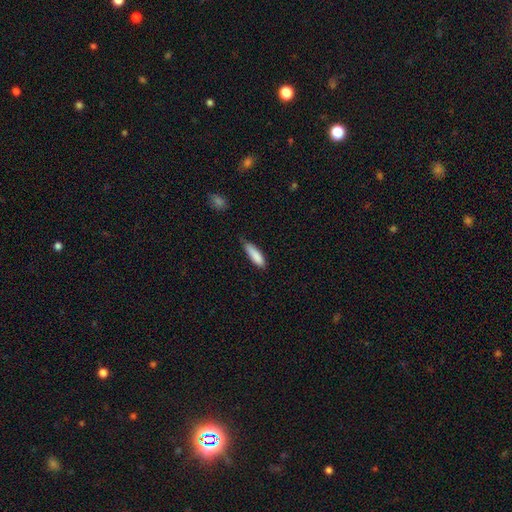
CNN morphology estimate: smooth 87%, featured or disk 7%, star or artifact 6%. Down the decision tree: how rounded — cigar-shaped (62%); merging — none (63%).